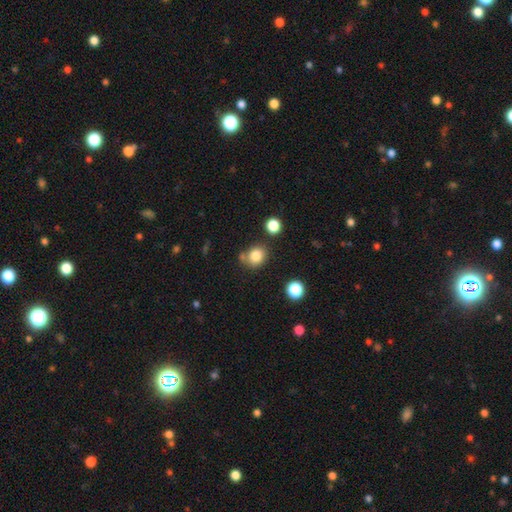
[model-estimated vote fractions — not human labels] smooth_or_featured: smooth (p=0.82) [alt: star or artifact p=0.11]
how_rounded: round (p=0.69) [alt: in between p=0.30]
merging: none (p=0.69) [alt: minor disturbance p=0.14]